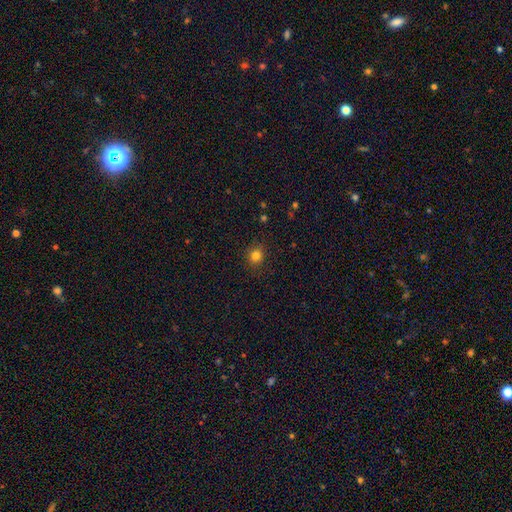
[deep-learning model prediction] This appears to be a smooth galaxy with no disk features (82%) that is round (82%). Merging: none (89%).